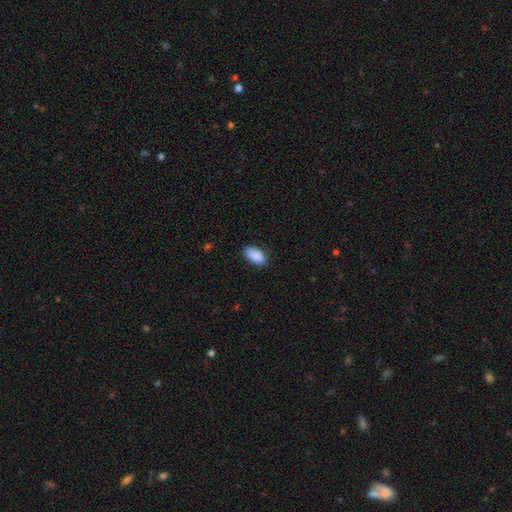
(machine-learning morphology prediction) Overall: smooth (90%). How rounded: in between (94%). Merging: none (81%).